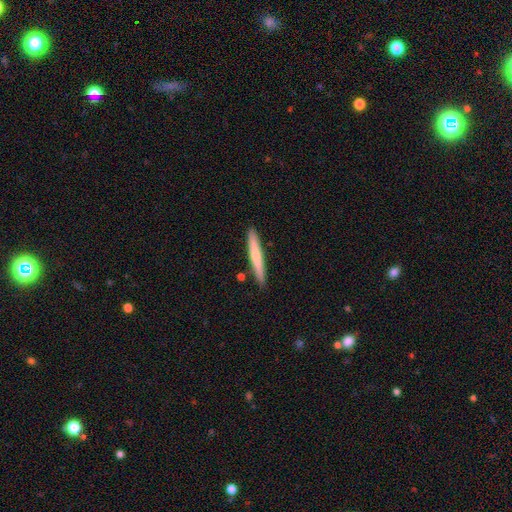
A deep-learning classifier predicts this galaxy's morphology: A smooth galaxy with no disk features (61%) that is cigar-shaped (96%).

Vote fractions:
- Smooth or featured? smooth: 61% / featured or disk: 34% / star or artifact: 5%
- How rounded? cigar-shaped: 96% / in between: 3% / round: 1%
- Merging? none: 88% / minor disturbance: 8% / merger: 2% / major disturbance: 1%